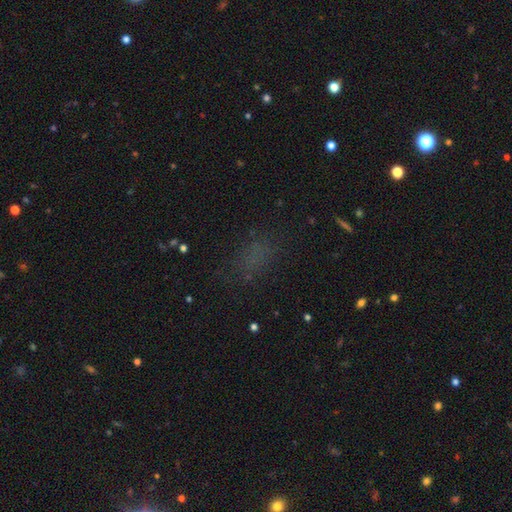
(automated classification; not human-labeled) A smooth galaxy with no disk features (58%) that is in between round and cigar-shaped (73%).

Vote fractions:
- Smooth or featured? smooth: 58% / star or artifact: 32% / featured or disk: 11%
- How rounded? in between: 73% / round: 19% / cigar-shaped: 7%
- Merging? none: 72% / minor disturbance: 15% / major disturbance: 11% / merger: 2%